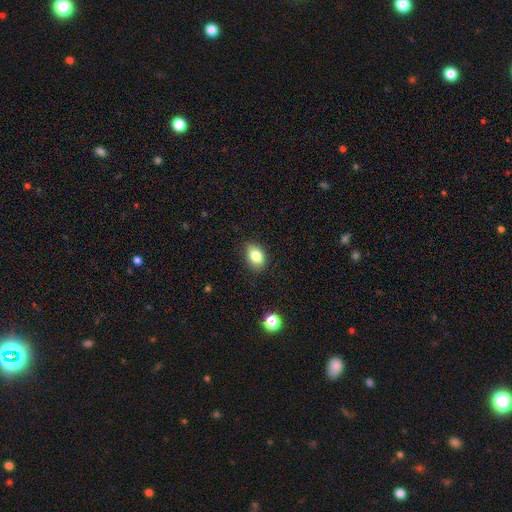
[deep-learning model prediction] A smooth galaxy with no disk features (81%) that is in between round and cigar-shaped (73%). Merging: none (83%).